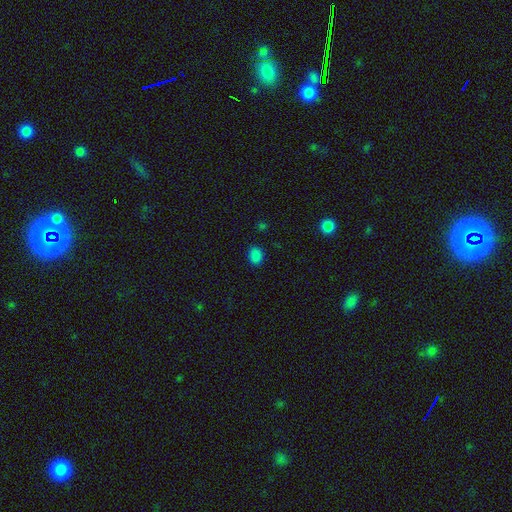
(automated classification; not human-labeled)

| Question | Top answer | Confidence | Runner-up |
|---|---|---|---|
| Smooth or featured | smooth | 82% | star or artifact (15%) |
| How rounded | in between | 67% | round (32%) |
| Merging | none | 85% | minor disturbance (10%) |